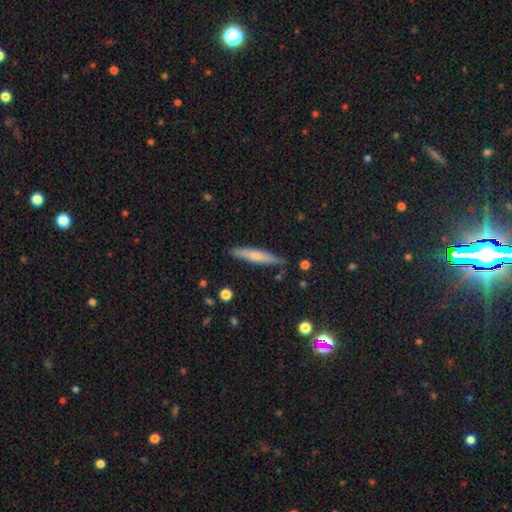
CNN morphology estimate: smooth-or-featured: smooth: 63% | featured or disk: 31% | star or artifact: 6%
  how-rounded: cigar-shaped: 91% | in between: 8% | round: 1%
  merging: none: 85% | minor disturbance: 11% | major disturbance: 2% | merger: 2%